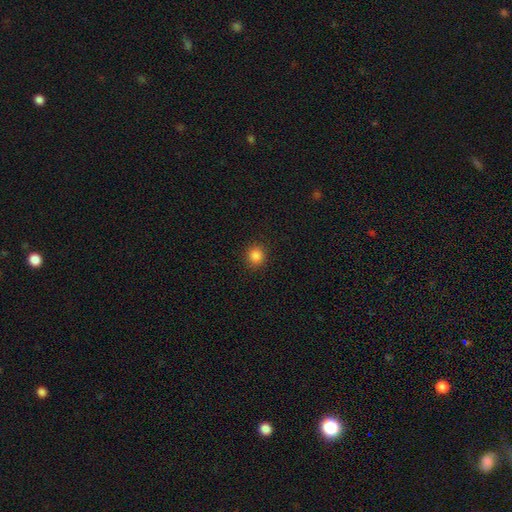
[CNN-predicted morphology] Smooth or featured? Predicted: smooth (p=0.86). How rounded? Predicted: round (p=0.91). Merging? Predicted: none (p=0.91).